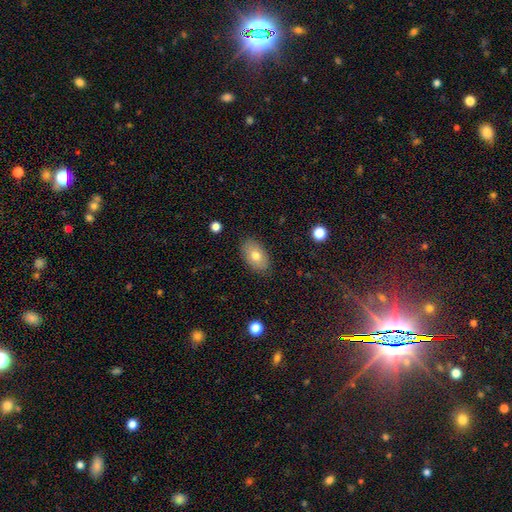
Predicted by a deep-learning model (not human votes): smooth_or_featured: smooth (p=0.75) [alt: featured or disk p=0.18]
how_rounded: in between (p=0.91) [alt: round p=0.07]
merging: none (p=0.85) [alt: minor disturbance p=0.11]